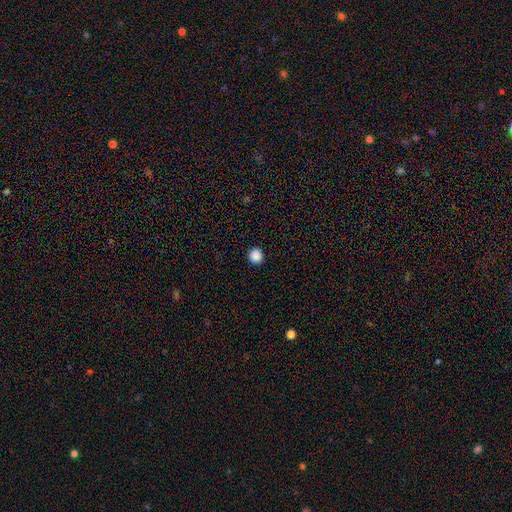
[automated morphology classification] smooth-or-featured: smooth: 88% | star or artifact: 10% | featured or disk: 2%
  how-rounded: round: 91% | in between: 8% | cigar-shaped: 1%
  merging: none: 93% | minor disturbance: 5% | major disturbance: 2% | merger: 1%